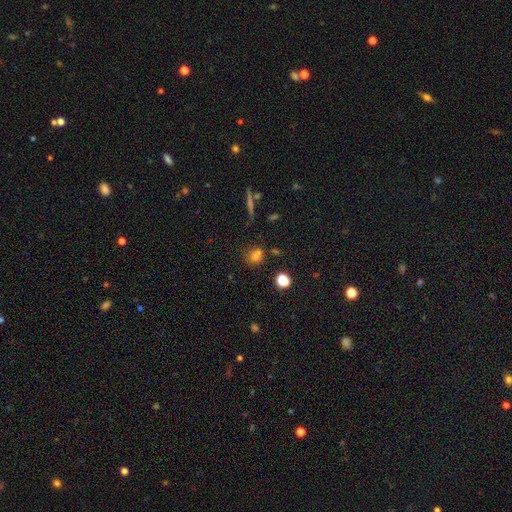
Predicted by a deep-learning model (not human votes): Smooth or featured? Predicted: smooth (p=0.69). How rounded? Predicted: round (p=0.75). Merging? Predicted: none (p=0.59).